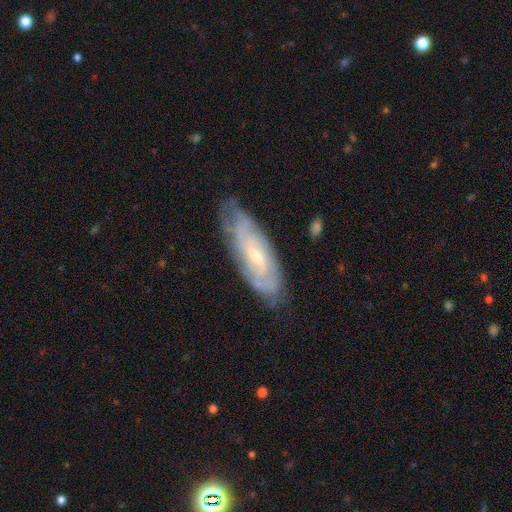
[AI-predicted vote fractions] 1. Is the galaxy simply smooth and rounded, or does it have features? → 77% featured or disk, 17% smooth, 6% star or artifact.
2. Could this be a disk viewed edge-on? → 86% no, 14% yes.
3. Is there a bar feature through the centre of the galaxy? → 53% no, 39% weak, 8% strong.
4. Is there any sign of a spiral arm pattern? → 90% yes, 10% no.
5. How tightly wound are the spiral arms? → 64% tight, 29% medium, 7% loose.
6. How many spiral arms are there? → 53% can't tell, 23% 2, 10% 3, 7% 4, 3% more than 4, 3% 1.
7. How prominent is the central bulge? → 61% small, 35% moderate, 2% none, 1% large, 1% dominant.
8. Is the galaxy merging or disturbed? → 71% none, 22% minor disturbance, 5% major disturbance, 2% merger.